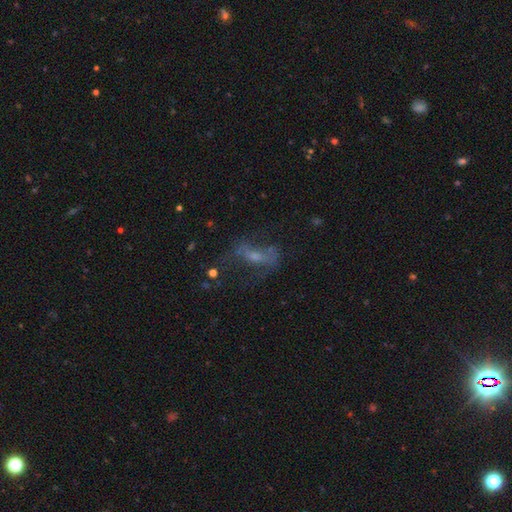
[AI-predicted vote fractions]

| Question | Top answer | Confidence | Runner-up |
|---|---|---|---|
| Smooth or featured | featured or disk | 54% | smooth (26%) |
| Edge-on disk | no | 82% | yes (18%) |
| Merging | none | 47% | major disturbance (31%) |